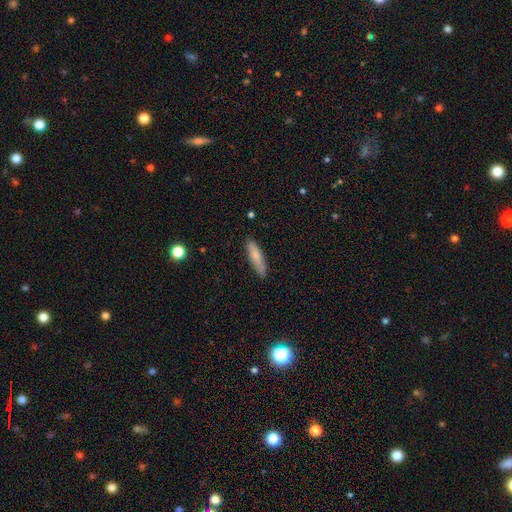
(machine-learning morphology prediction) The model was most divided on "how rounded": cigar-shaped: 77%, in between: 22%, round: 2%. More confident: merging — none (86%); smooth or featured — smooth (78%).